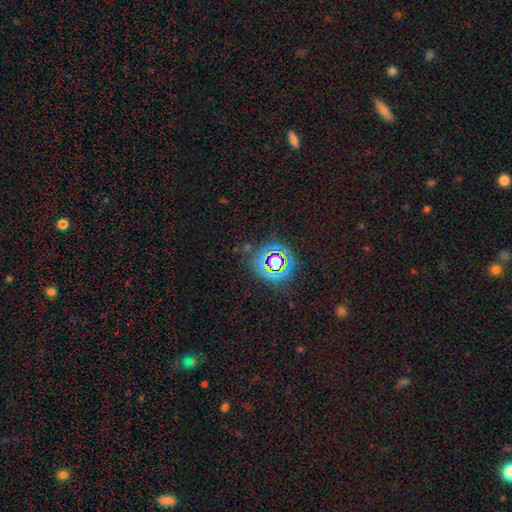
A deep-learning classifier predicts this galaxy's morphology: A star or artifact, not a galaxy (74%).